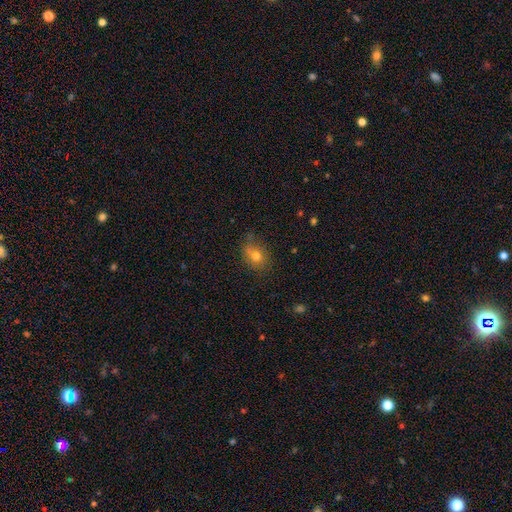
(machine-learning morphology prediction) Overall: smooth (72%). How rounded: in between (57%; round 41%). Merging: none (67%).